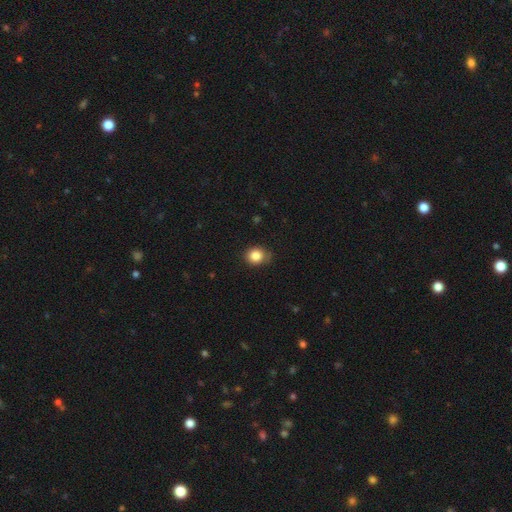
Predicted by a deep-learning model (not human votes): The model was most divided on "how rounded": round: 71%, in between: 28%, cigar-shaped: 1%. More confident: smooth or featured — smooth (84%); merging — none (75%).